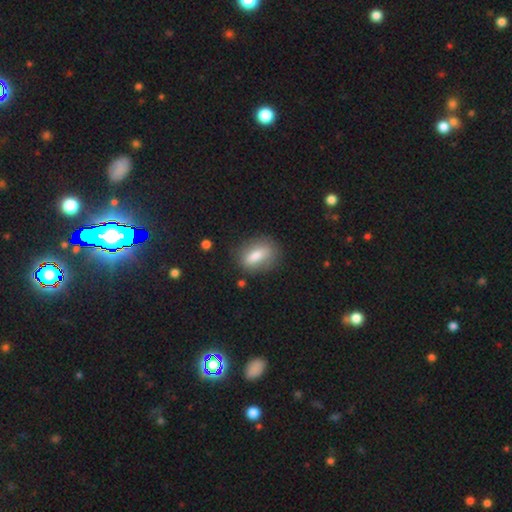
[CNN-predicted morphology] smooth 71%, featured or disk 21%, star or artifact 8%. Down the decision tree: how rounded — in between (74%); merging — none (76%).